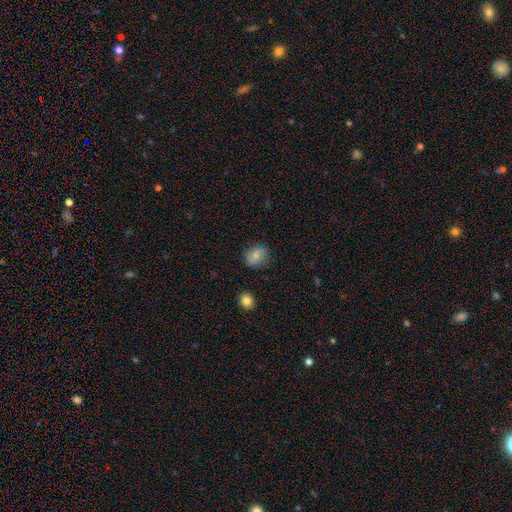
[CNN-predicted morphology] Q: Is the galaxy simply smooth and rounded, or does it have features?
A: smooth — 77%.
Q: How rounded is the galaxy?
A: in between — 53%.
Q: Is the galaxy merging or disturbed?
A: none — 78%.